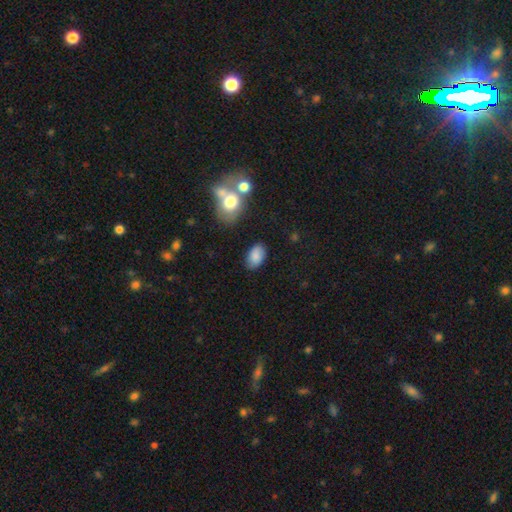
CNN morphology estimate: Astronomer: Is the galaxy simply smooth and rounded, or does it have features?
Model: smooth — 85%.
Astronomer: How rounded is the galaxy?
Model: in between — 92%.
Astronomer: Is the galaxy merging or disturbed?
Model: none — 83%.